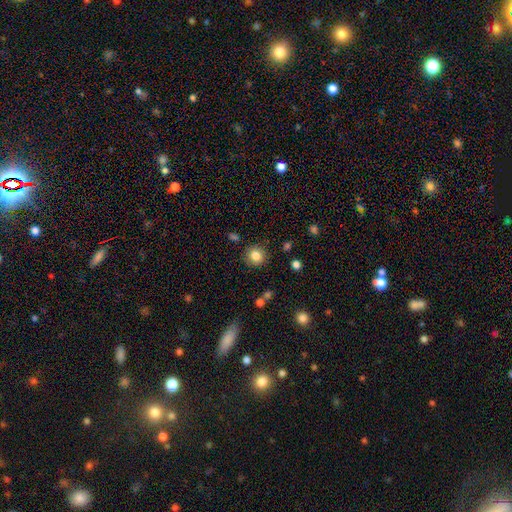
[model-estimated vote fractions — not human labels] Morphology: type=smooth (83%); roundness=round (89%); merging=none (88%).